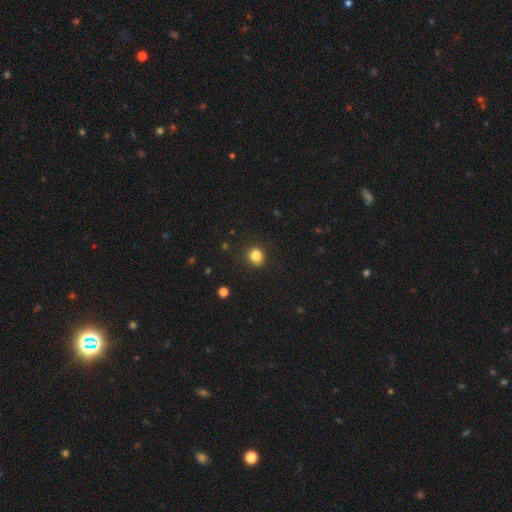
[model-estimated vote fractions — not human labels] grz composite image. It shows a smooth galaxy with no disk features (84%) that is round (72%). Merging: none (87%).